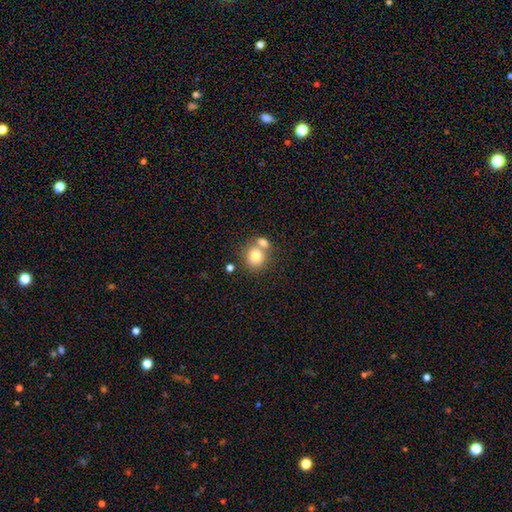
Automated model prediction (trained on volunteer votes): Overall: smooth (78%). How rounded: round (81%). Merging: none (52%; merger 37%).